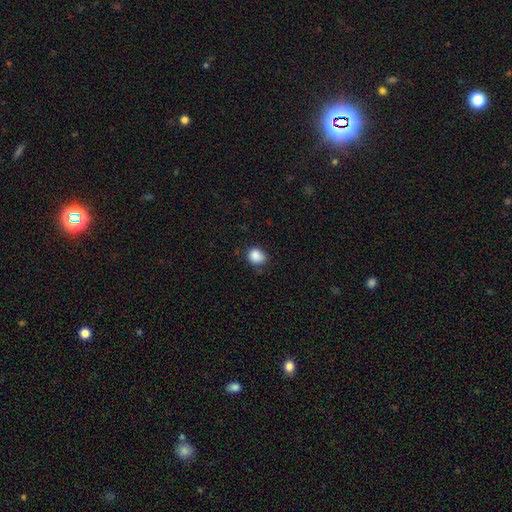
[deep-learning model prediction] This is clearly a smooth galaxy (87%). How rounded: likely round (69%). Merging: likely none (68%).